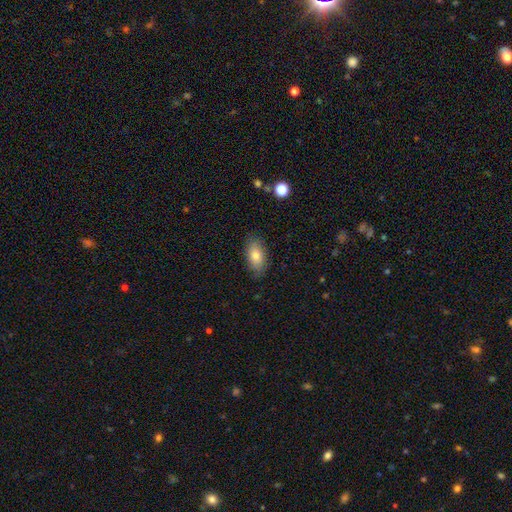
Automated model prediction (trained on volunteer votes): This is likely a smooth galaxy (80%). How rounded: clearly in between (90%). Merging: clearly none (83%).